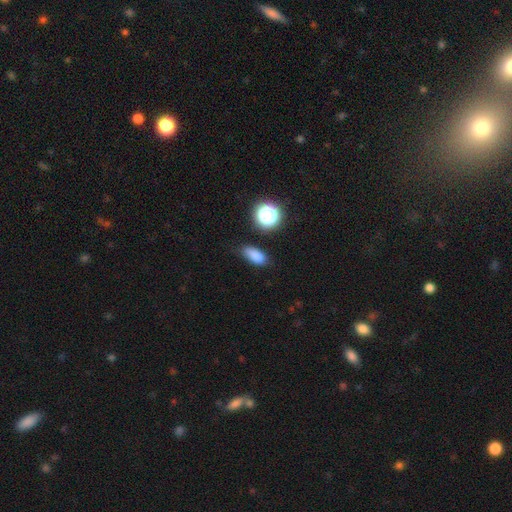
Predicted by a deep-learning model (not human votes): Smooth or featured? smooth (82%)
How rounded? in between (78%)
Merging? none (74%)